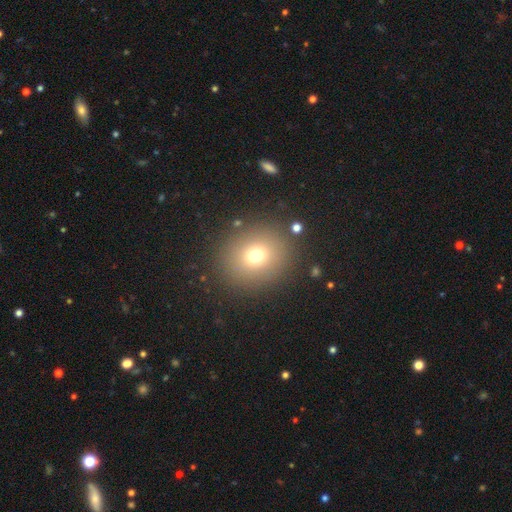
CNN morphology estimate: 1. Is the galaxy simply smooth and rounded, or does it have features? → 72% smooth, 16% star or artifact, 11% featured or disk.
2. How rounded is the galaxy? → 82% round, 17% in between, 1% cigar-shaped.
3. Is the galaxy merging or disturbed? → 87% none, 7% minor disturbance, 4% major disturbance, 2% merger.